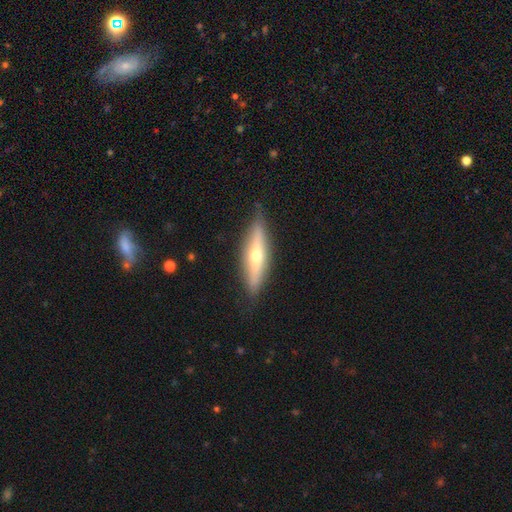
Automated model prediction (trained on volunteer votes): Overall: featured or disk (57%; smooth 37%). Edge-on disk: yes (89%). Edge-on bulge: rounded (90%). Merging: none (84%).